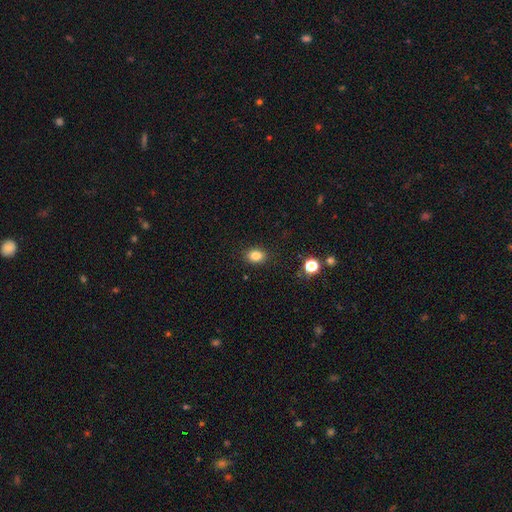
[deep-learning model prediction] A smooth galaxy with no disk features (83%) that is in between round and cigar-shaped (61%). Merging: none (89%).